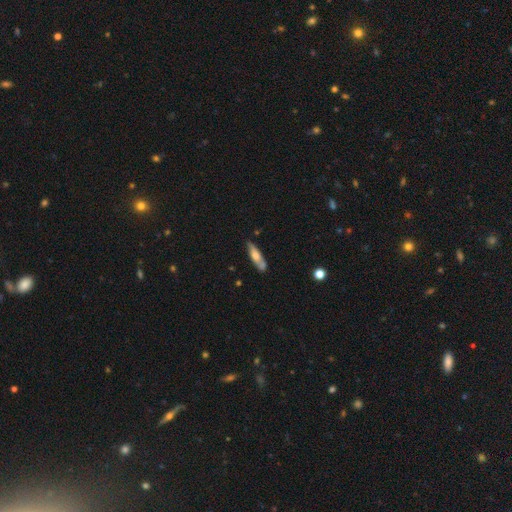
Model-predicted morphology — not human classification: smooth-or-featured: smooth: 54% | featured or disk: 40% | star or artifact: 6%
  how-rounded: cigar-shaped: 69% | in between: 30% | round: 2%
  merging: none: 68% | minor disturbance: 21% | merger: 6% | major disturbance: 4%